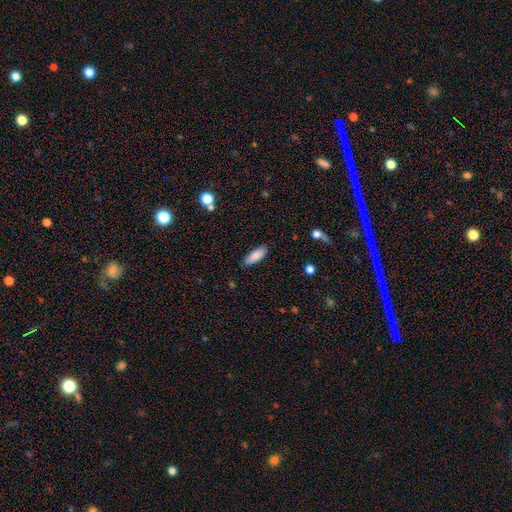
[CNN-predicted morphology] smooth_or_featured: smooth (p=0.87) [alt: featured or disk p=0.07]
how_rounded: in between (p=0.67) [alt: cigar-shaped p=0.32]
merging: none (p=0.86) [alt: minor disturbance p=0.10]